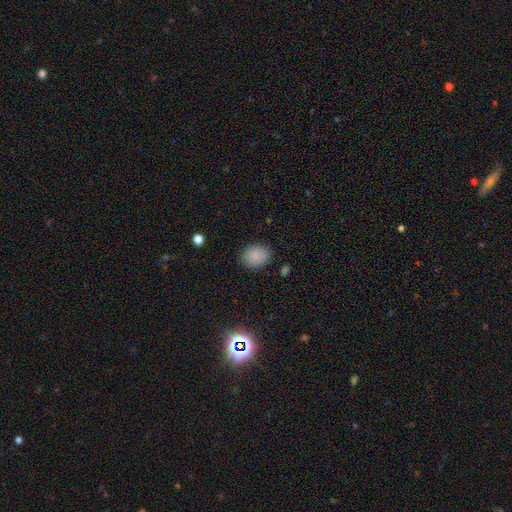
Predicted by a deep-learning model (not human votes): Smooth or featured?
  - smooth: 87% *
  - star or artifact: 9%
  - featured or disk: 4%
How rounded?
  - round: 62% *
  - in between: 37%
  - cigar-shaped: 1%
Merging?
  - none: 85% *
  - minor disturbance: 11%
  - major disturbance: 3%
  - merger: 1%